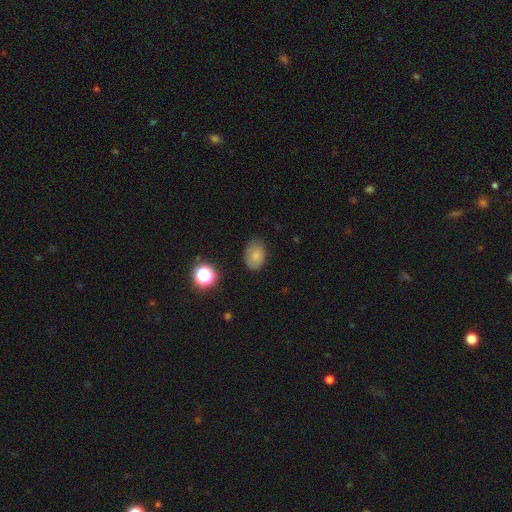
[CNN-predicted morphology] smooth-or-featured: smooth: 78% | star or artifact: 12% | featured or disk: 11%
  how-rounded: in between: 77% | round: 22% | cigar-shaped: 1%
  merging: none: 74% | minor disturbance: 20% | major disturbance: 5% | merger: 1%